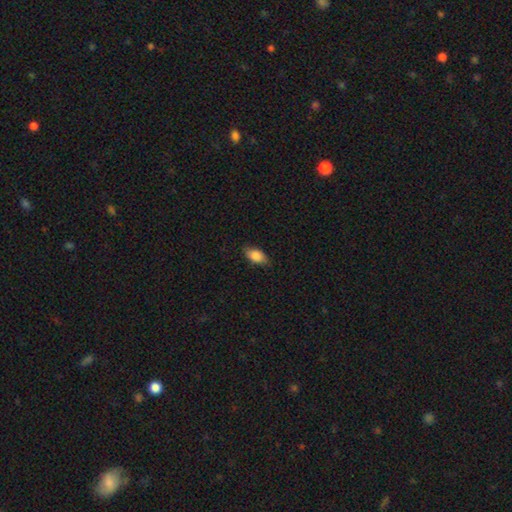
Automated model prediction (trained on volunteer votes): The model was most divided on "merging": none: 82%, minor disturbance: 15%, major disturbance: 3%, merger: 1%. More confident: how rounded — in between (89%); smooth or featured — smooth (83%).